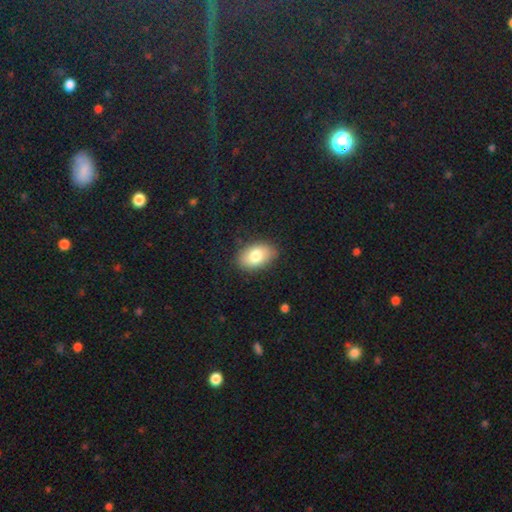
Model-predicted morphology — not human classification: smooth-or-featured: smooth: 79% | featured or disk: 14% | star or artifact: 7%
  how-rounded: in between: 90% | round: 9% | cigar-shaped: 1%
  merging: none: 84% | minor disturbance: 12% | major disturbance: 3% | merger: 1%